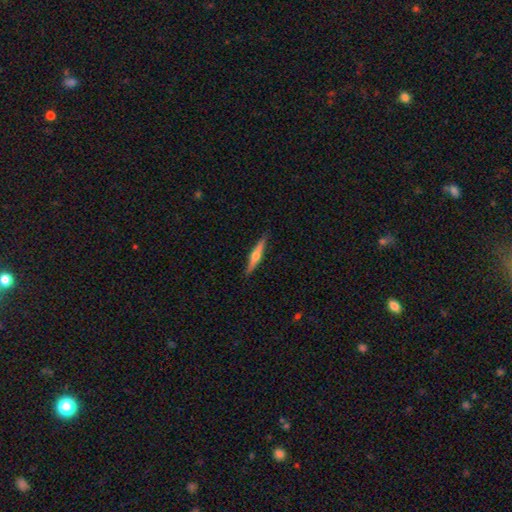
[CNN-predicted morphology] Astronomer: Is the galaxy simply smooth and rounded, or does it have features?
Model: featured or disk — 66%.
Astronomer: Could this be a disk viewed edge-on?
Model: yes — 97%.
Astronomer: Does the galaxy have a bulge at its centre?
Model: rounded — 93%.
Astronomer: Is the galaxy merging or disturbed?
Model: none — 90%.